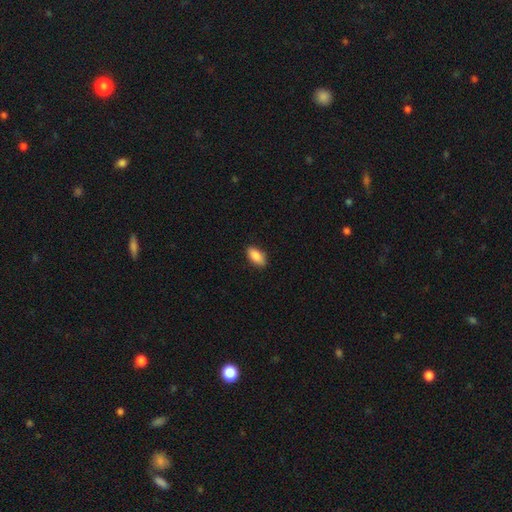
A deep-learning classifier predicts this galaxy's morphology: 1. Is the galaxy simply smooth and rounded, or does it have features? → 87% smooth, 7% star or artifact, 6% featured or disk.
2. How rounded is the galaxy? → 89% in between, 8% cigar-shaped, 3% round.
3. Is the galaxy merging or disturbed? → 86% none, 11% minor disturbance, 2% major disturbance, 1% merger.